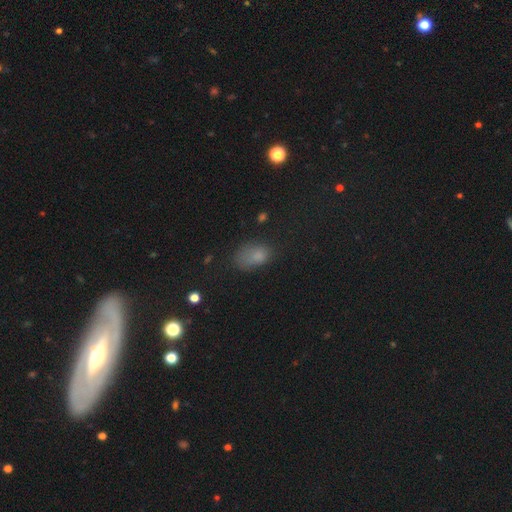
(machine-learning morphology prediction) smooth_or_featured: smooth (p=0.73) [alt: star or artifact p=0.17]
how_rounded: in between (p=0.84) [alt: round p=0.14]
merging: none (p=0.48) [alt: minor disturbance p=0.30]